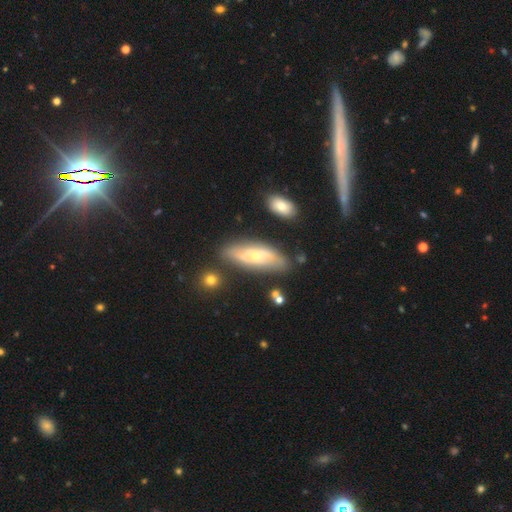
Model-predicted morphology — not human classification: This is possibly a featured or disk galaxy (57%). It is likely not viewed edge-on (70%). Merging: likely none (72%).